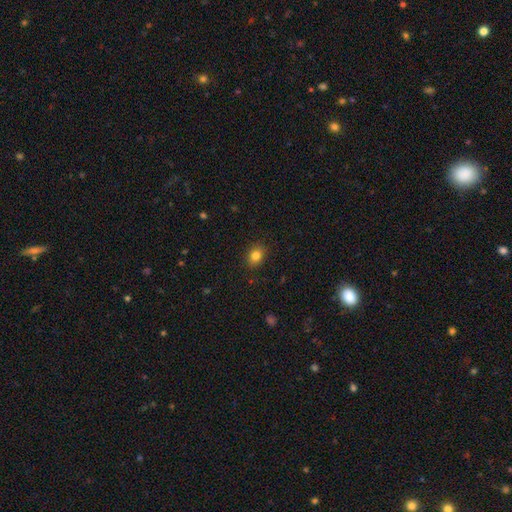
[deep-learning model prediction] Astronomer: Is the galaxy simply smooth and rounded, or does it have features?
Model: smooth — 83%.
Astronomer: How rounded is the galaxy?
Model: in between — 54% (runner-up: round, 45%).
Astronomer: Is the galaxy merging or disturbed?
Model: none — 89%.